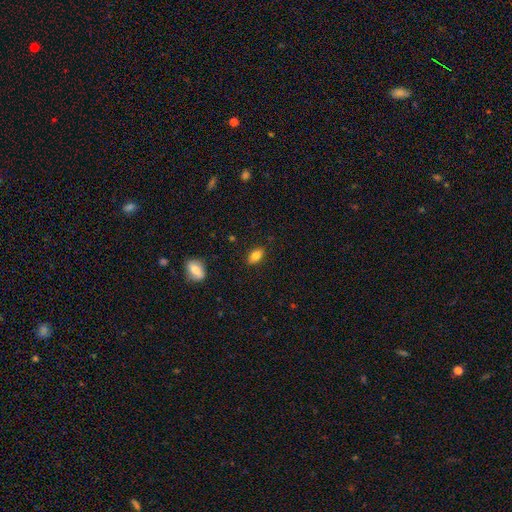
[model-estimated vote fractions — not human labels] This is clearly a smooth galaxy (81%). How rounded: clearly in between (89%). Merging: clearly none (87%).